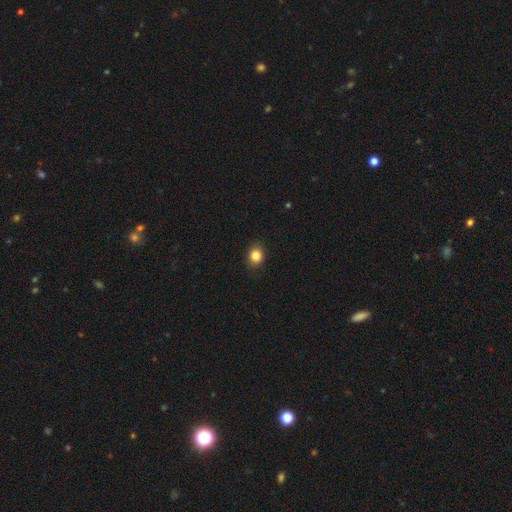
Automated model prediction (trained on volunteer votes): smooth_or_featured: smooth (p=0.84) [alt: star or artifact p=0.11]
how_rounded: round (p=0.64) [alt: in between p=0.35]
merging: none (p=0.88) [alt: minor disturbance p=0.09]